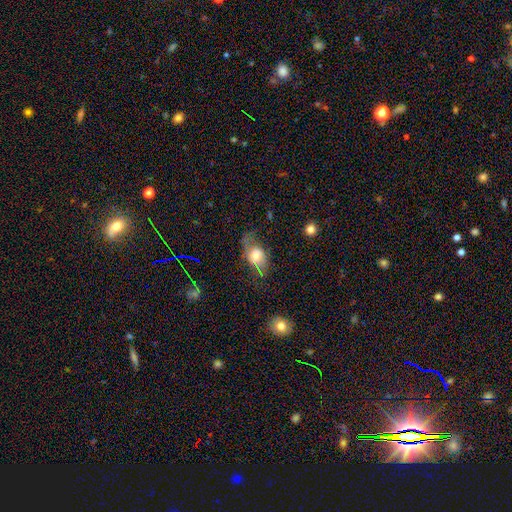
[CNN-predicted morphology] The model was most divided on "smooth or featured": smooth: 51%, featured or disk: 39%, star or artifact: 10%. Remaining: how rounded — in between (75%); merging — none (44%).